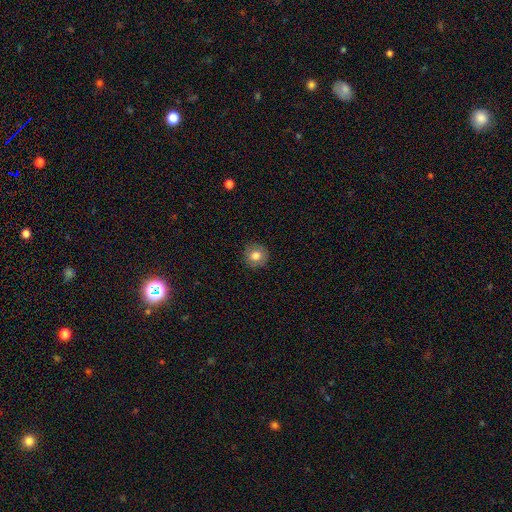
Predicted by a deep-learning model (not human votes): Q: Smooth or featured?
A: smooth (80%); runner-up: featured or disk (11%)
Q: How rounded?
A: round (91%); runner-up: in between (8%)
Q: Merging?
A: none (88%); runner-up: minor disturbance (8%)